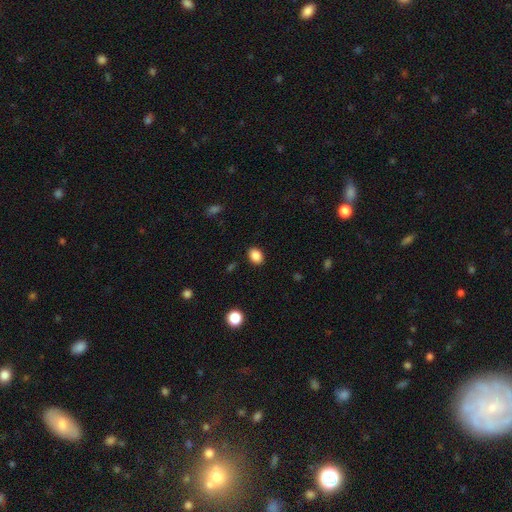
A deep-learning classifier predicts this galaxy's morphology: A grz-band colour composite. It shows a smooth galaxy with no disk features (88%) that is in between round and cigar-shaped (65%). Merging: none (89%).